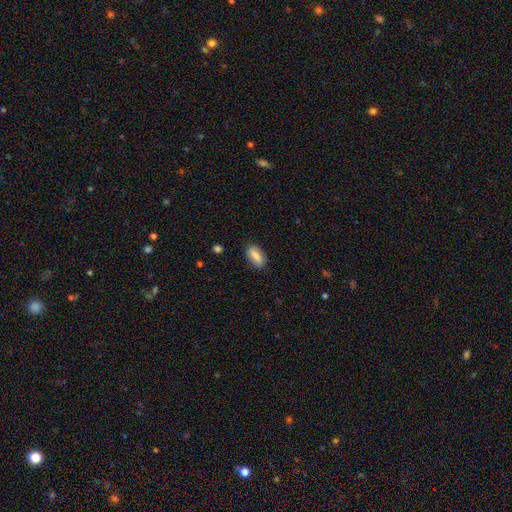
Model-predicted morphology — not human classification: Q: Smooth or featured?
A: smooth (79%); runner-up: featured or disk (14%)
Q: How rounded?
A: in between (82%); runner-up: cigar-shaped (14%)
Q: Merging?
A: none (84%); runner-up: minor disturbance (12%)